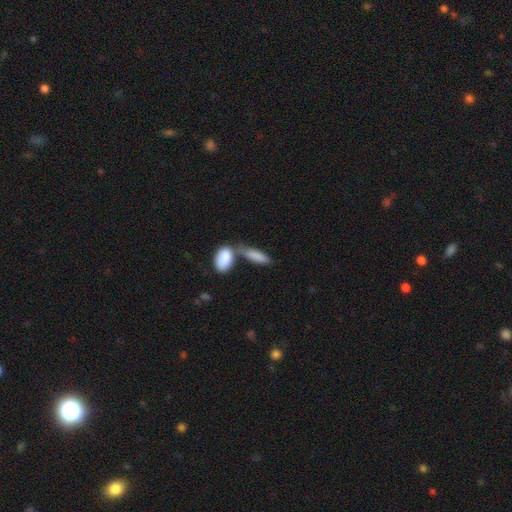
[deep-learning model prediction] Smooth or featured?
  - smooth: 84% *
  - featured or disk: 10%
  - star or artifact: 6%
How rounded?
  - in between: 67% *
  - cigar-shaped: 30%
  - round: 3%
Merging?
  - merger: 53% *
  - none: 32%
  - minor disturbance: 10%
  - major disturbance: 5%